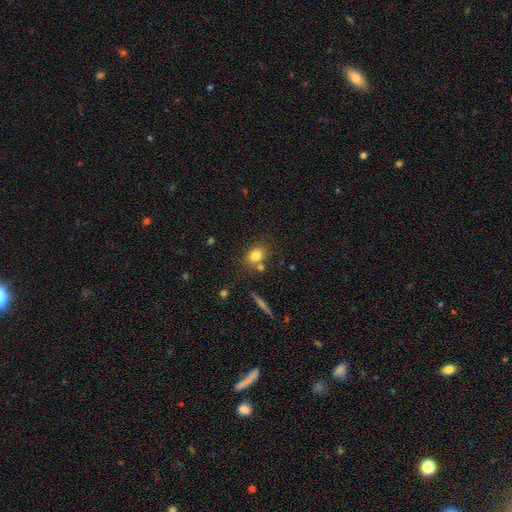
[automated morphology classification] Smooth or featured: smooth — 78% (star or artifact — 11%)
How rounded: round — 50% (in between — 48%)
Merging: none — 70% (merger — 14%)